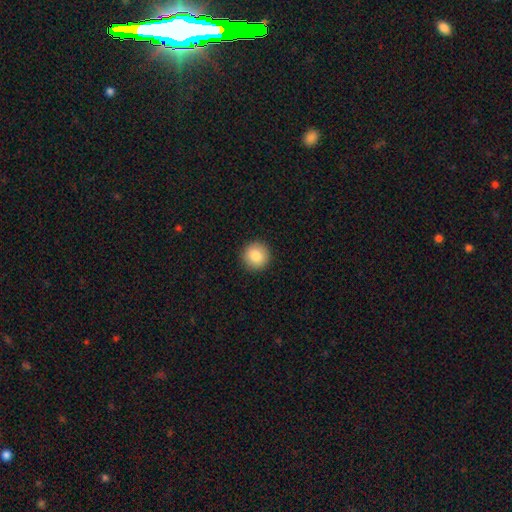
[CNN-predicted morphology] A smooth galaxy with no disk features (85%) that is round (95%). Merging: none (93%).